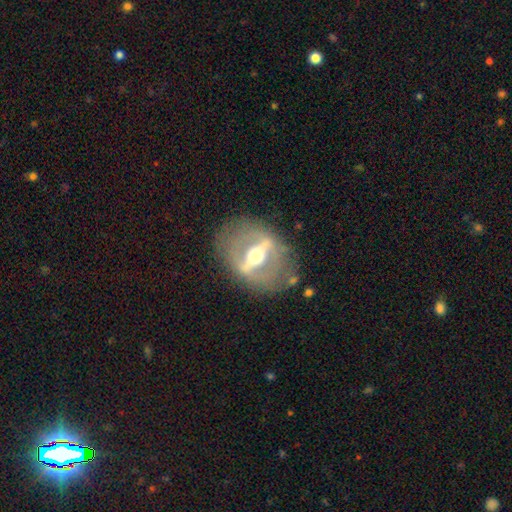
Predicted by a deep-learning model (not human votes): The model was most divided on "edge-on disk": no: 67%, yes: 33%. More confident: bar — strong (86%); smooth or featured — featured or disk (84%); spiral arms — no (79%); merging — none (78%); bulge size — moderate (71%).